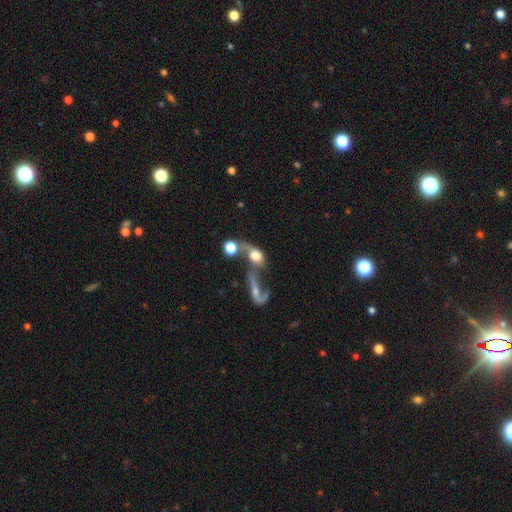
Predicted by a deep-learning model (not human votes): Smooth or featured? Predicted: smooth (p=0.52). How rounded? Predicted: in between (p=0.48). Merging? Predicted: merger (p=0.65).